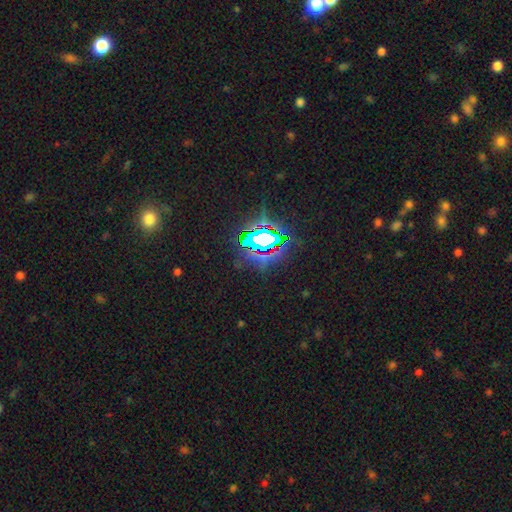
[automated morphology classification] This is likely a star or artifact rather than a galaxy (79%).